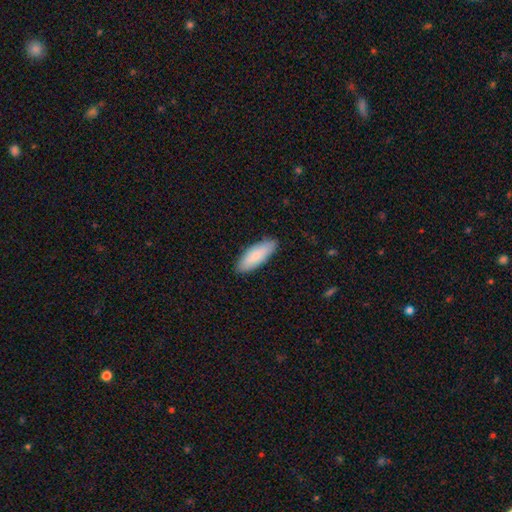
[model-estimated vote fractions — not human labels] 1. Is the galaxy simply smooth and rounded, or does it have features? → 82% smooth, 13% featured or disk, 5% star or artifact.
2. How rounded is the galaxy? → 69% in between, 30% cigar-shaped, 2% round.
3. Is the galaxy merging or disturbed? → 88% none, 10% minor disturbance, 2% major disturbance, 1% merger.